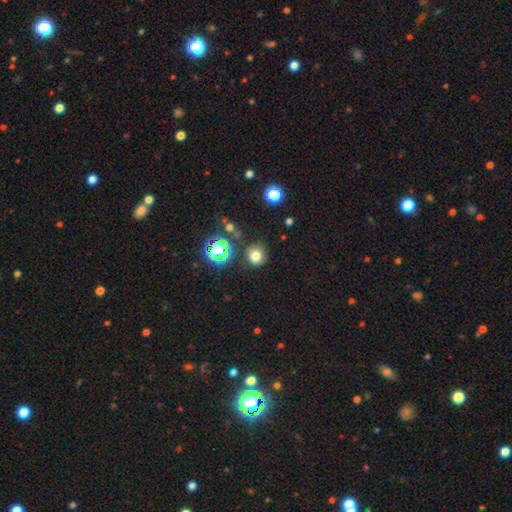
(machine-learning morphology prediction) A smooth galaxy with no disk features (72%) that is round (84%).

Vote fractions:
- Smooth or featured? smooth: 72% / star or artifact: 20% / featured or disk: 8%
- How rounded? round: 84% / in between: 15% / cigar-shaped: 1%
- Merging? none: 79% / minor disturbance: 12% / merger: 5% / major disturbance: 4%